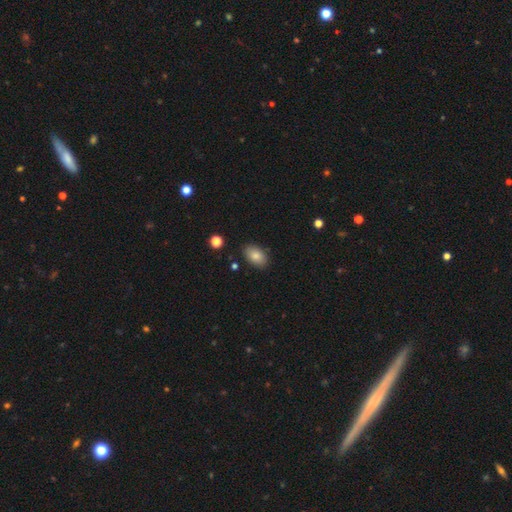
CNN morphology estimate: Smooth or featured? Predicted: smooth (p=0.83). How rounded? Predicted: in between (p=0.90). Merging? Predicted: none (p=0.86).